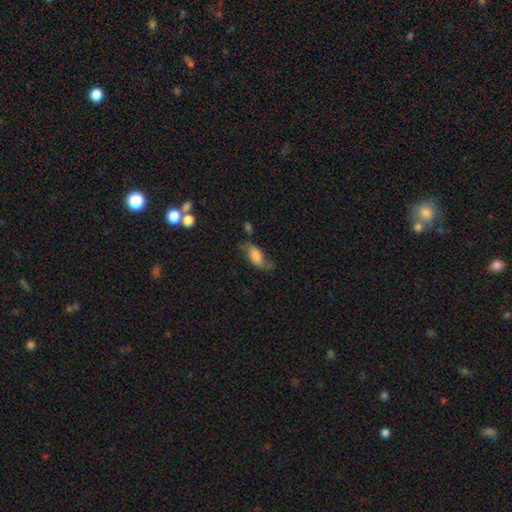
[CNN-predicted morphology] This appears to be a smooth galaxy with no disk features (49%). Merging: none (51%).